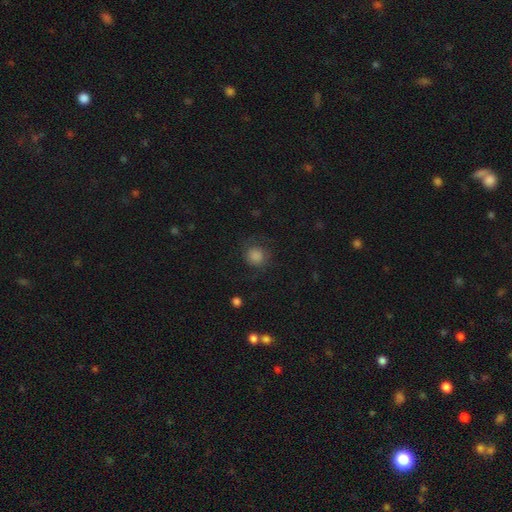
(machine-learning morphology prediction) Smooth or featured? smooth (75%)
How rounded? round (89%)
Merging? none (76%)